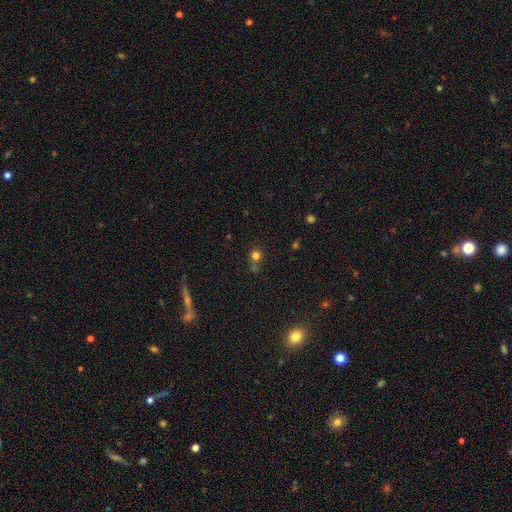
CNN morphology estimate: The model was most divided on "merging": none: 58%, merger: 23%, minor disturbance: 13%, major disturbance: 6%. More confident: how rounded — round (85%); smooth or featured — smooth (76%).